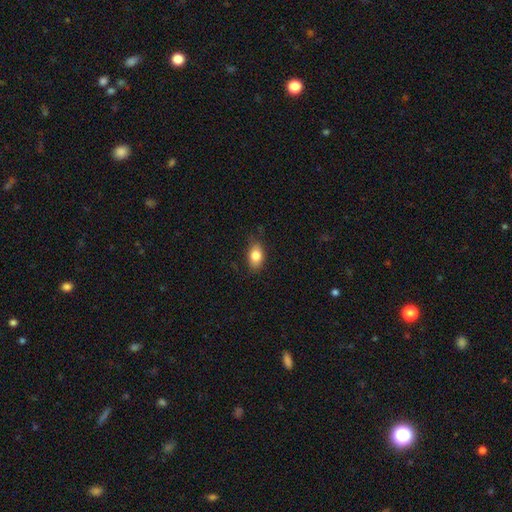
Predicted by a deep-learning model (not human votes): A smooth galaxy with no disk features (82%) that is in between round and cigar-shaped (84%).

Vote fractions:
- Smooth or featured? smooth: 82% / featured or disk: 9% / star or artifact: 8%
- How rounded? in between: 84% / round: 14% / cigar-shaped: 2%
- Merging? none: 74% / minor disturbance: 21% / major disturbance: 4% / merger: 1%